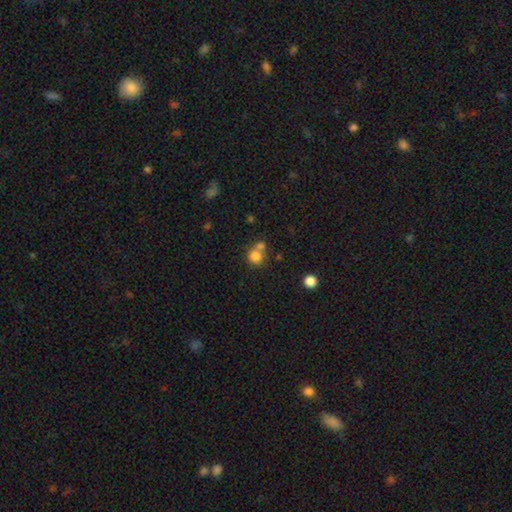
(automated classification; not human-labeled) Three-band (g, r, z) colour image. It shows a smooth galaxy with no disk features (80%) that is round (84%). Merging: none (47%).